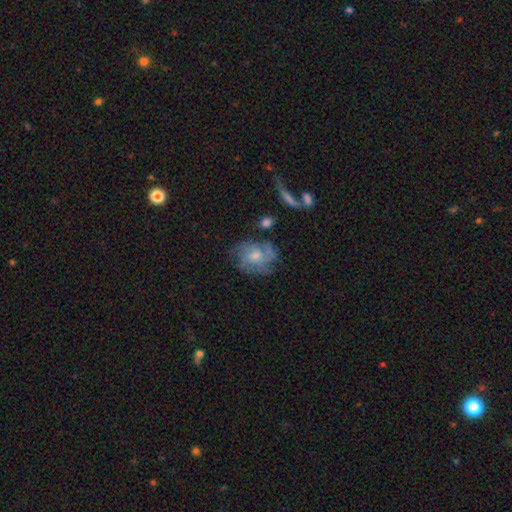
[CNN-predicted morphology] The model was most divided on "spiral winding" (2-way tie): tight: 41%, medium: 41%, loose: 18%. Remaining: edge-on disk — no (97%); spiral arms — yes (83%); bar — no (73%); smooth or featured — featured or disk (67%); merging — none (65%); bulge size — moderate (58%); spiral arm count — can't tell (35%).